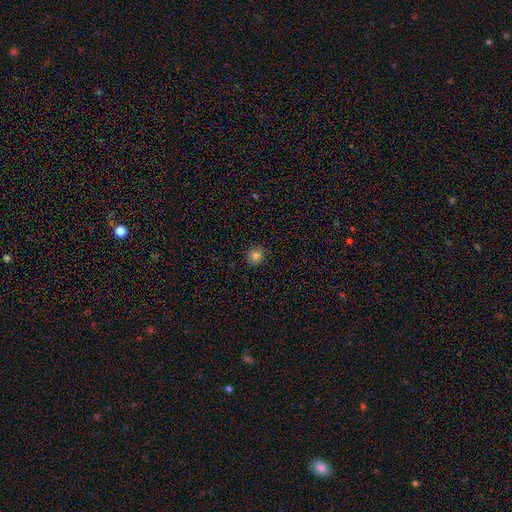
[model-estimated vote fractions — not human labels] Smooth or featured: smooth — 82% (star or artifact — 13%)
How rounded: round — 86% (in between — 13%)
Merging: none — 91% (minor disturbance — 7%)